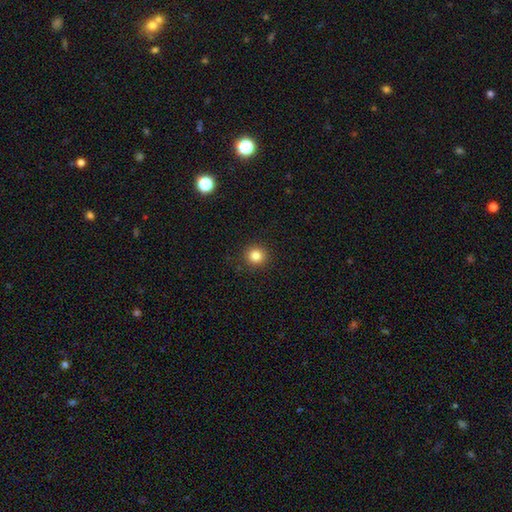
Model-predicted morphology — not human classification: Smooth or featured? Predicted: smooth (p=0.83). How rounded? Predicted: round (p=0.92). Merging? Predicted: none (p=0.92).